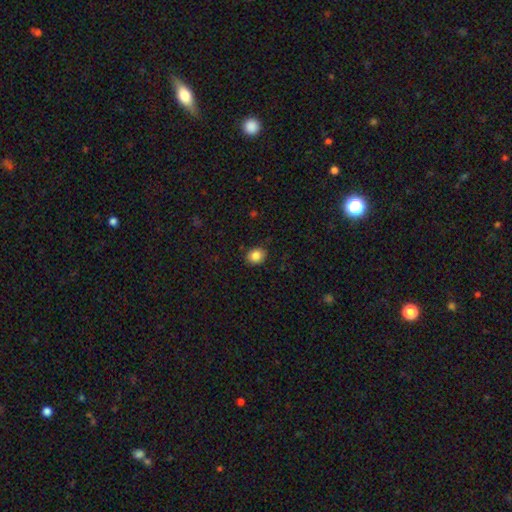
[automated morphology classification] Smooth or featured? smooth (85%)
How rounded? round (59%)
Merging? none (85%)